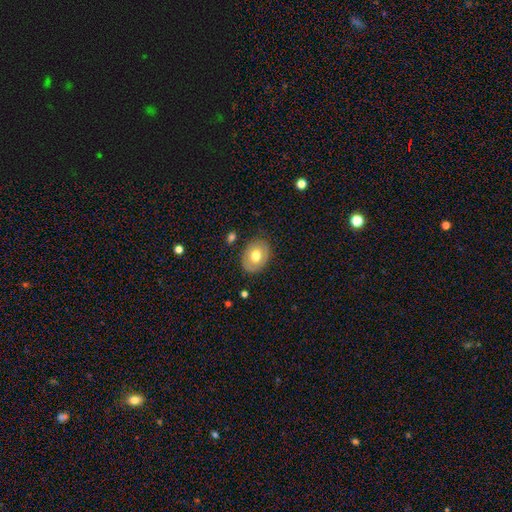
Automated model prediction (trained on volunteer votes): This is likely a smooth galaxy (64%). How rounded: likely in between (67%). Merging: clearly none (81%).